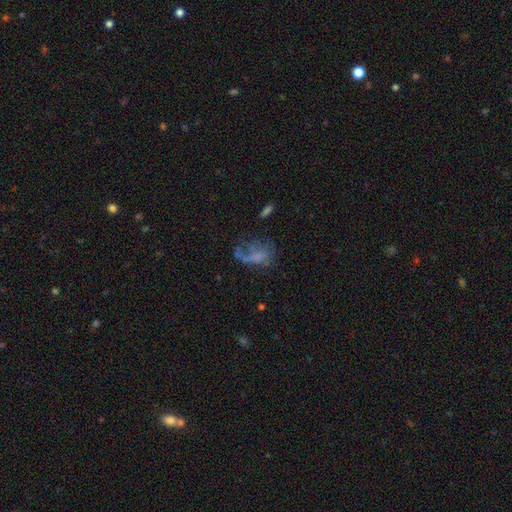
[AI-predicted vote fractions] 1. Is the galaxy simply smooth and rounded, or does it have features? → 42% featured or disk, 40% smooth, 18% star or artifact.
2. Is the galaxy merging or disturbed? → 49% major disturbance, 28% none, 17% minor disturbance, 6% merger.